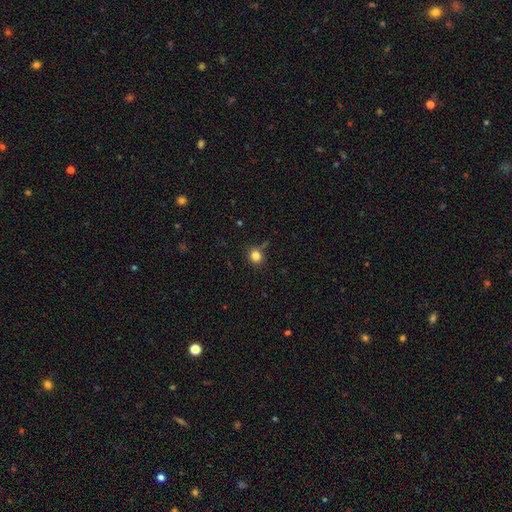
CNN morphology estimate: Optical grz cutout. It shows a smooth galaxy with no disk features (82%) that is round (78%). Merging: none (78%).